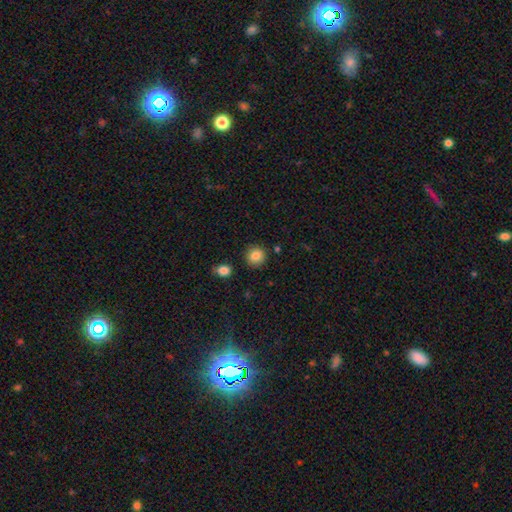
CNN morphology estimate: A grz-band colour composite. It shows a smooth galaxy with no disk features (85%) that is round (91%). Merging: none (88%).